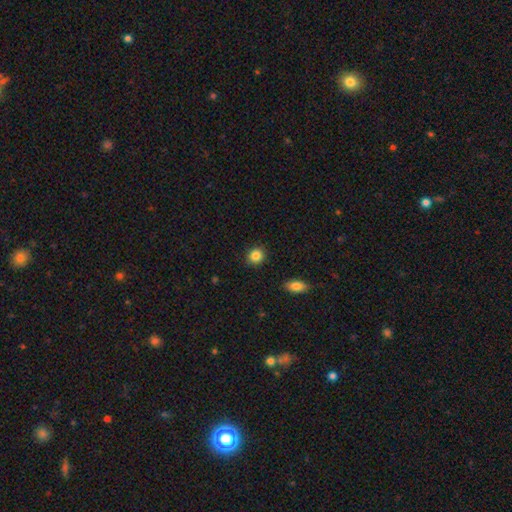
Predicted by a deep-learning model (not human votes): Morphology: type=smooth (86%); roundness=round (83%); merging=none (90%).